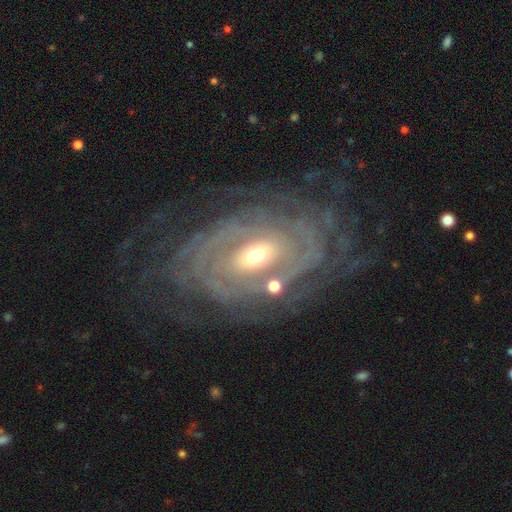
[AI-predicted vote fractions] Smooth or featured: featured or disk — 88% (smooth — 6%)
Edge-on disk: no — 96% (yes — 4%)
Bar: no — 52% (weak — 32%)
Spiral arms: yes — 94% (no — 6%)
Spiral winding: tight — 76% (medium — 18%)
Spiral arm count: can't tell — 38% (2 — 16%)
Bulge size: moderate — 50% (small — 42%)
Merging: none — 68% (minor disturbance — 17%)